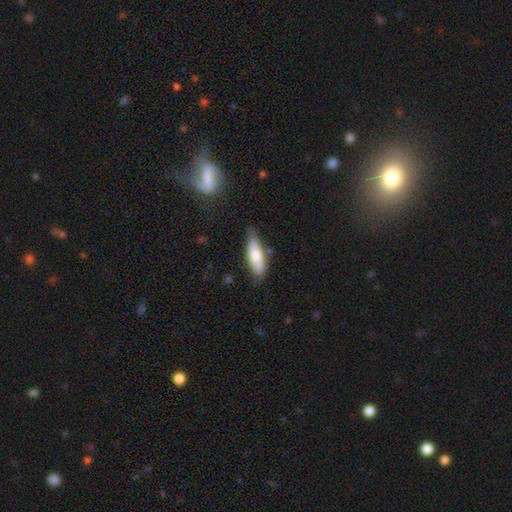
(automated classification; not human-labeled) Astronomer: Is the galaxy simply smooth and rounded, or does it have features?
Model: smooth — 70%.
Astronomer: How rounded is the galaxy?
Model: in between — 58% (runner-up: cigar-shaped, 40%).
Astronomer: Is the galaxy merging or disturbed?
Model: none — 71%.